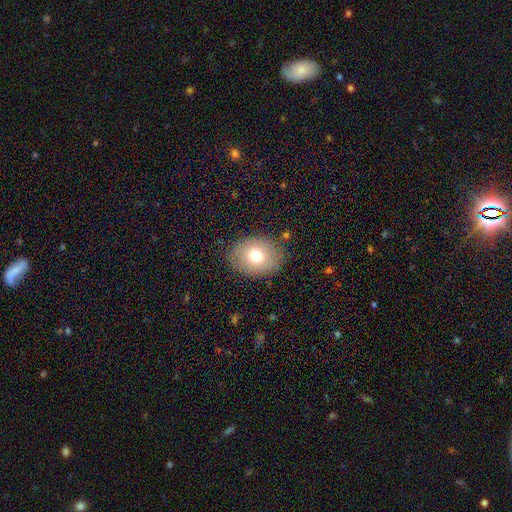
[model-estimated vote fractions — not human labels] The model was most divided on "how rounded": in between: 58%, round: 41%, cigar-shaped: 1%. More confident: merging — none (84%); smooth or featured — smooth (73%).